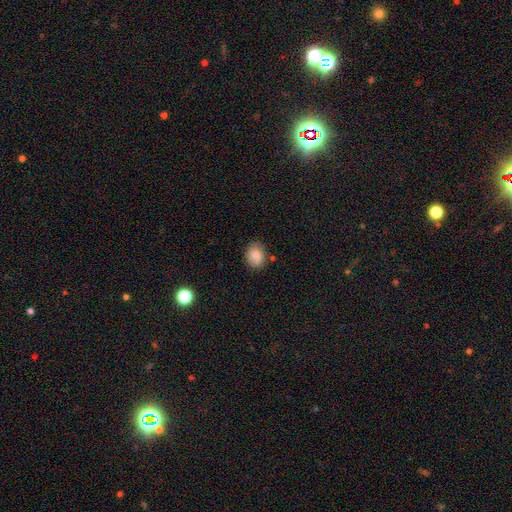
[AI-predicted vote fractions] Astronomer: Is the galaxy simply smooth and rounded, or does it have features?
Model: smooth — 83%.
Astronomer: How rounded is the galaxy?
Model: in between — 58% (runner-up: round, 41%).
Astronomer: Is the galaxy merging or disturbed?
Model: none — 75%.